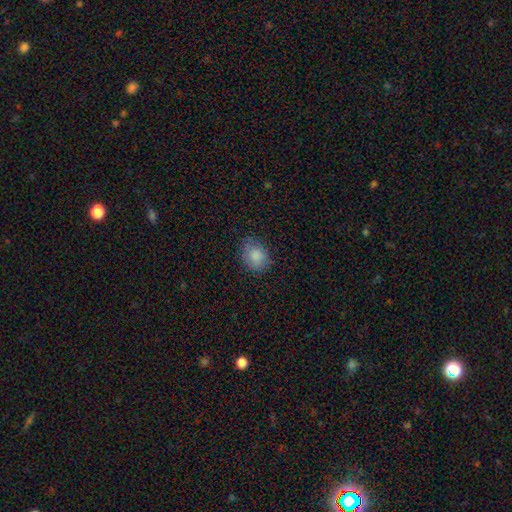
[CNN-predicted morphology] The model was most divided on "how rounded": round: 50%, in between: 49%, cigar-shaped: 1%. More confident: smooth or featured — smooth (86%); merging — none (78%).